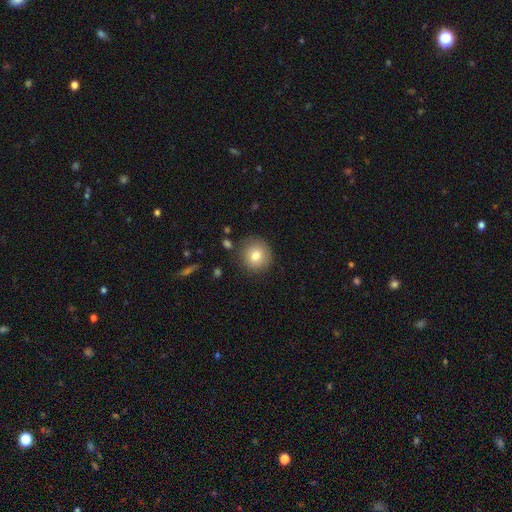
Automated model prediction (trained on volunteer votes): Overall: smooth (80%). How rounded: round (91%). Merging: none (85%).